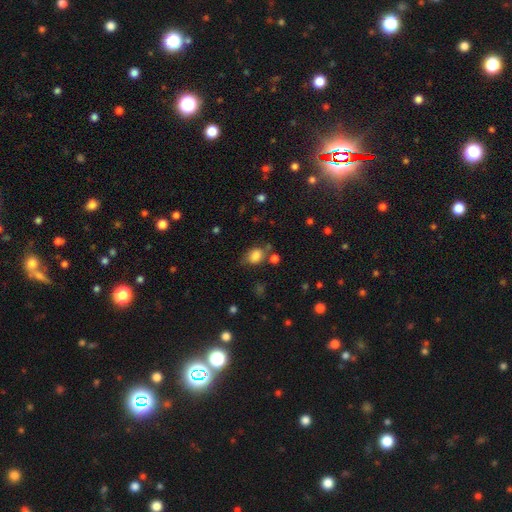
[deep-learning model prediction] smooth 81%, star or artifact 11%, featured or disk 8%. Down the decision tree: how rounded — in between (66%); merging — none (60%).